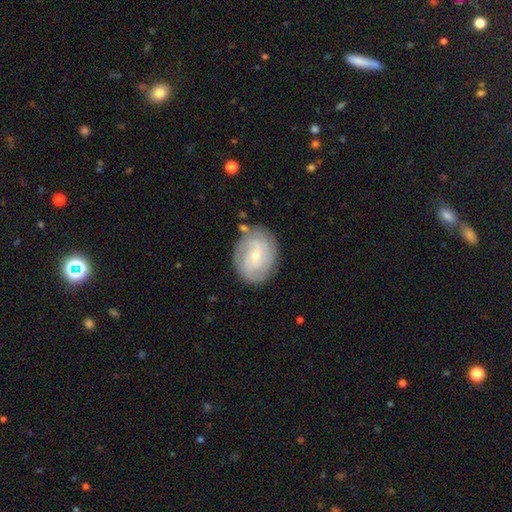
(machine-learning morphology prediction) Smooth or featured?
  - featured or disk: 72% *
  - smooth: 21%
  - star or artifact: 6%
Edge-on disk?
  - no: 97% *
  - yes: 3%
Bar?
  - no: 50% *
  - weak: 41%
  - strong: 9%
Spiral arms?
  - yes: 90% *
  - no: 10%
Spiral winding?
  - tight: 58% *
  - medium: 32%
  - loose: 10%
Spiral arm count?
  - can't tell: 32% *
  - 2: 27%
  - 3: 23%
  - 4: 10%
  - 1: 4%
  - more than 4: 4%
Bulge size?
  - small: 64% *
  - moderate: 33%
  - large: 1%
  - none: 1%
  - dominant: 1%
Merging?
  - none: 79% *
  - minor disturbance: 14%
  - major disturbance: 4%
  - merger: 2%